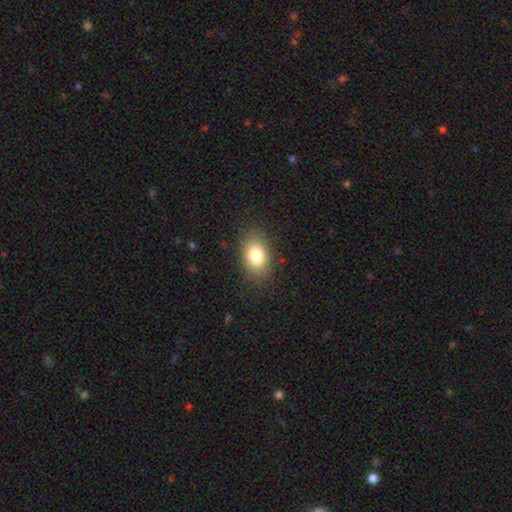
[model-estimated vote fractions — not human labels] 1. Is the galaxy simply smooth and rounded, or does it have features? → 81% smooth, 10% featured or disk, 9% star or artifact.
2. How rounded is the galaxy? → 85% in between, 14% round, 2% cigar-shaped.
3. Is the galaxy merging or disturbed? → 83% none, 12% minor disturbance, 4% major disturbance, 1% merger.